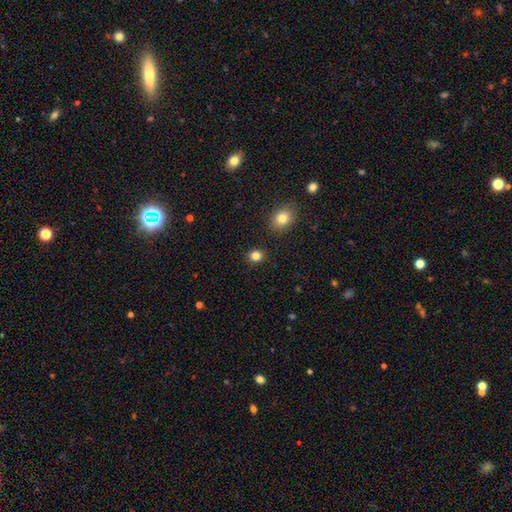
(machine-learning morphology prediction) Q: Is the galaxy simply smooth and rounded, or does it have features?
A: smooth — 84%.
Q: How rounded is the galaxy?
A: round — 70%.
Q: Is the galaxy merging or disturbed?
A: none — 89%.